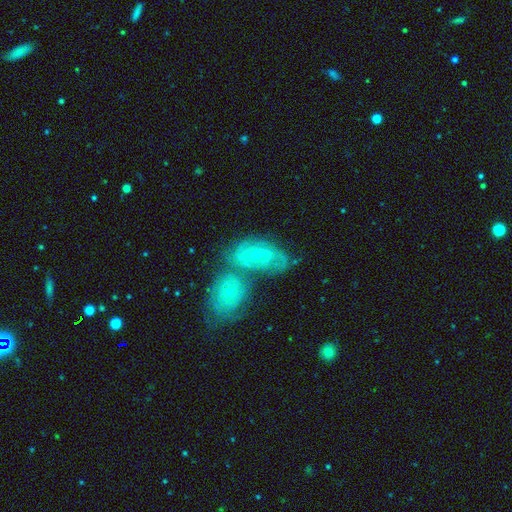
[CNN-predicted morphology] Smooth or featured: featured or disk — 68% (smooth — 23%)
Edge-on disk: no — 94% (yes — 6%)
Bar: no — 63% (weak — 30%)
Spiral arms: yes — 85% (no — 15%)
Spiral winding: tight — 59% (medium — 32%)
Spiral arm count: can't tell — 50% (2 — 26%)
Bulge size: small — 78% (moderate — 18%)
Merging: merger — 51% (none — 32%)